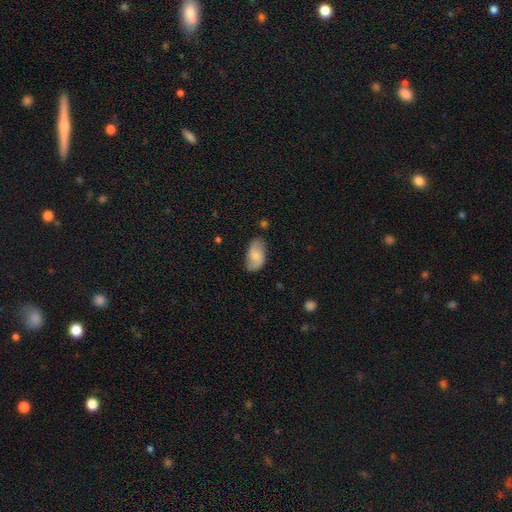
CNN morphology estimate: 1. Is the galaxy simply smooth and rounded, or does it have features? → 67% smooth, 26% featured or disk, 7% star or artifact.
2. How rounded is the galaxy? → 94% in between, 4% round, 2% cigar-shaped.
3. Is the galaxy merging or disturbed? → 71% none, 22% minor disturbance, 5% major disturbance, 2% merger.